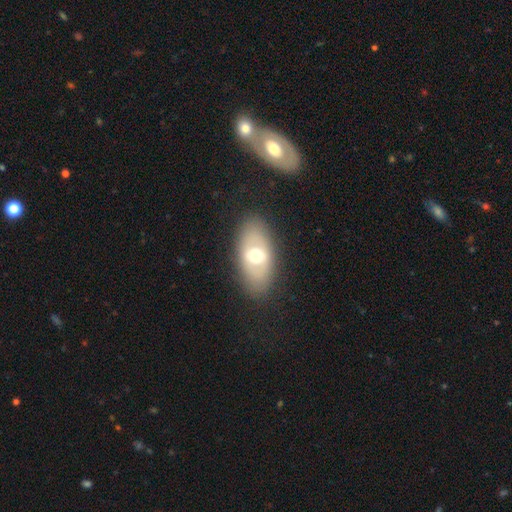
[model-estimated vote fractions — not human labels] The model was most divided on "smooth or featured": smooth: 54%, featured or disk: 38%, star or artifact: 8%. More confident: how rounded — in between (88%); merging — none (84%).